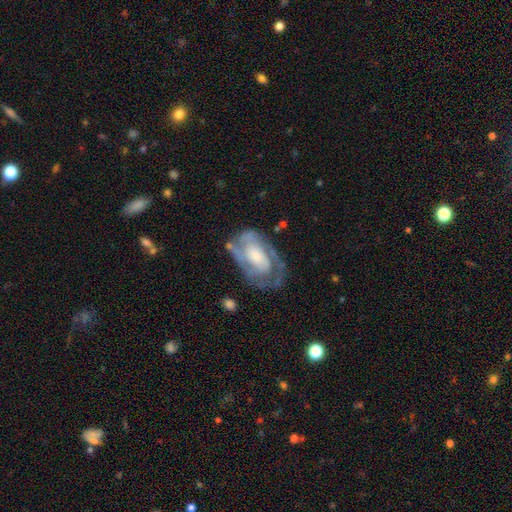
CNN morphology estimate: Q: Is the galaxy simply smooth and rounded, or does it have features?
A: featured or disk — 75%.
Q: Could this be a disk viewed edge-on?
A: no — 96%.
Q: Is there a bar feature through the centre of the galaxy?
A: no — 67%.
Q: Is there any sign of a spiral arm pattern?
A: yes — 79%.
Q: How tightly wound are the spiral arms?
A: tight — 52%.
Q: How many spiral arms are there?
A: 2 — 37%, tied with can't tell.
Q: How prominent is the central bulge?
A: moderate — 35%.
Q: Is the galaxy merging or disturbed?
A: none — 53%.